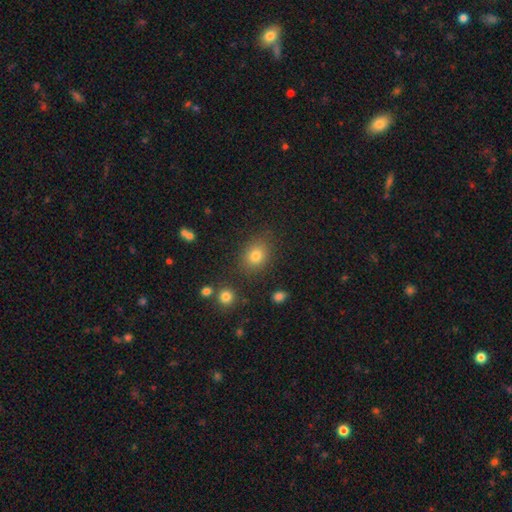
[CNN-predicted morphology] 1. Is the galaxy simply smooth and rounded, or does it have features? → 80% smooth, 13% star or artifact, 8% featured or disk.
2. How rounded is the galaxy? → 54% round, 45% in between, 1% cigar-shaped.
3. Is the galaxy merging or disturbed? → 83% none, 11% minor disturbance, 4% major disturbance, 3% merger.